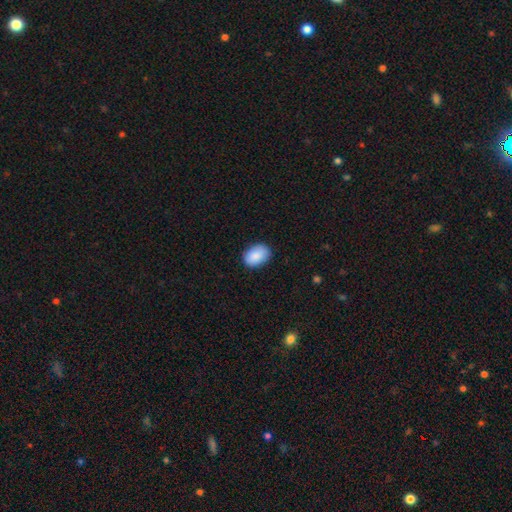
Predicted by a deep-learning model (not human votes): Overall: smooth (89%). How rounded: in between (83%). Merging: none (85%).